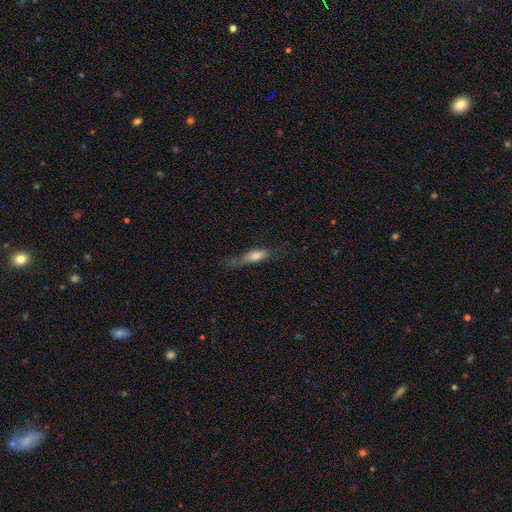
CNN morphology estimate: This is likely a smooth galaxy (62%). How rounded: possibly cigar-shaped (59%). Merging: marginally none (43%).